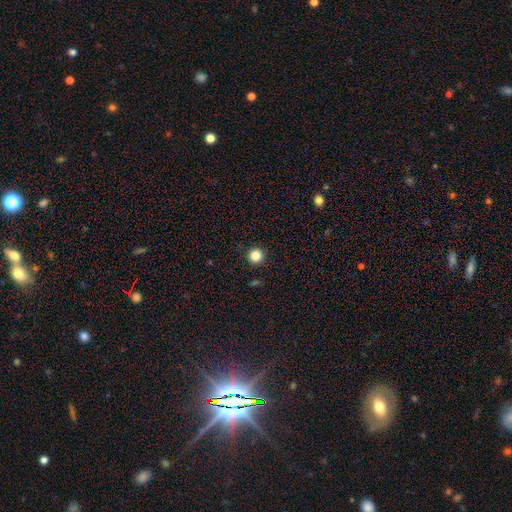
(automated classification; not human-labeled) Q: Smooth or featured?
A: smooth (85%); runner-up: star or artifact (11%)
Q: How rounded?
A: round (95%); runner-up: in between (4%)
Q: Merging?
A: none (93%); runner-up: minor disturbance (4%)